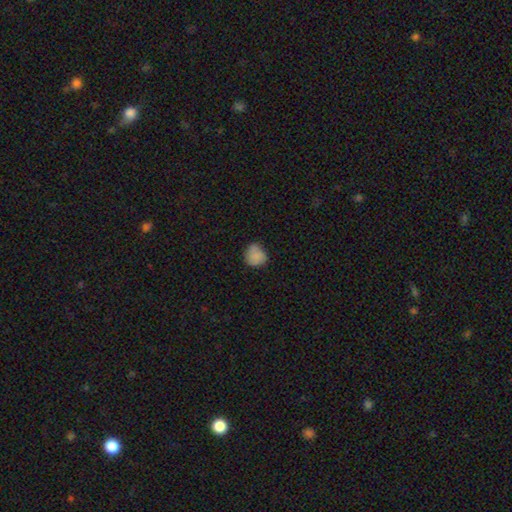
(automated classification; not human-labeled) A smooth galaxy with no disk features (82%) that is round (81%). Merging: none (64%).